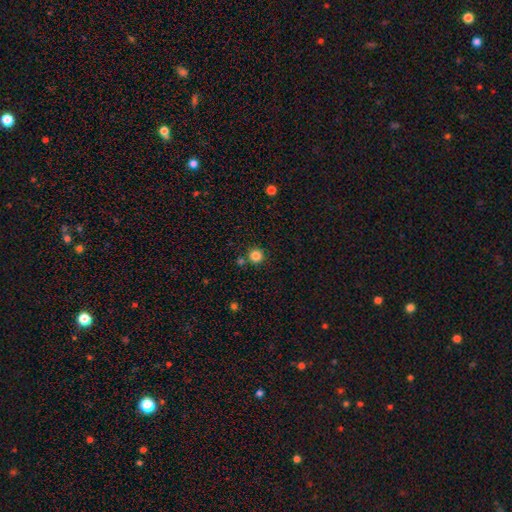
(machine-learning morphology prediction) type=smooth (84%); roundness=round (95%); merging=none (82%).